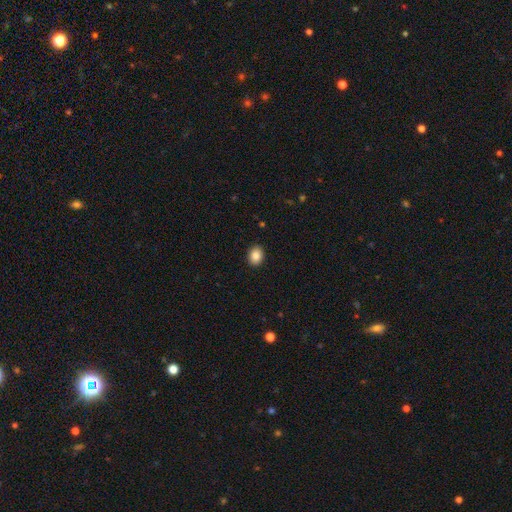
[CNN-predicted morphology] smooth_or_featured: smooth (p=0.86) [alt: star or artifact p=0.09]
how_rounded: in between (p=0.63) [alt: round p=0.36]
merging: none (p=0.91) [alt: minor disturbance p=0.06]